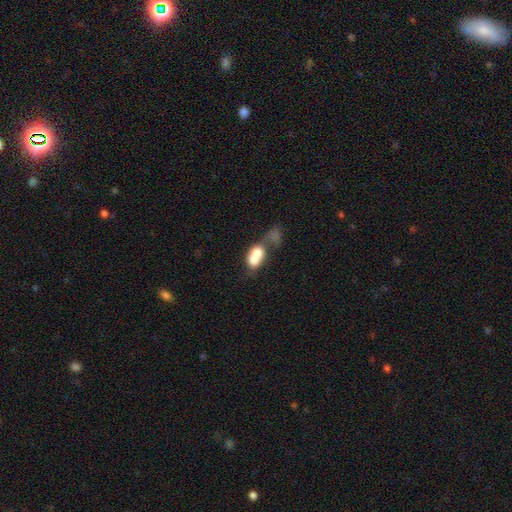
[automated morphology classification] Q: Smooth or featured?
A: smooth (64%); runner-up: featured or disk (26%)
Q: How rounded?
A: in between (77%); runner-up: round (18%)
Q: Merging?
A: merger (66%); runner-up: none (14%)